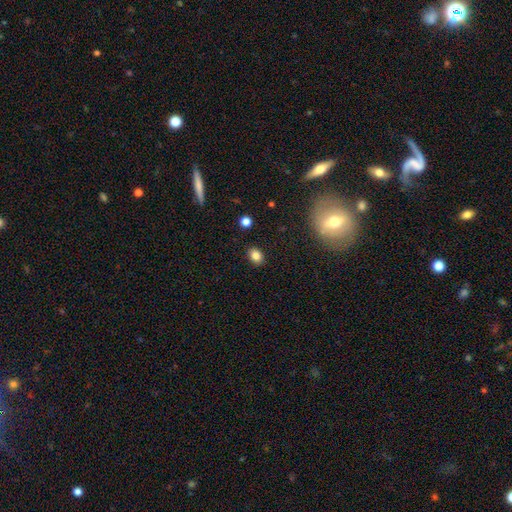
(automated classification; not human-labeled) This appears to be a smooth galaxy with no disk features (84%) that is in between round and cigar-shaped (67%). Merging: none (88%).